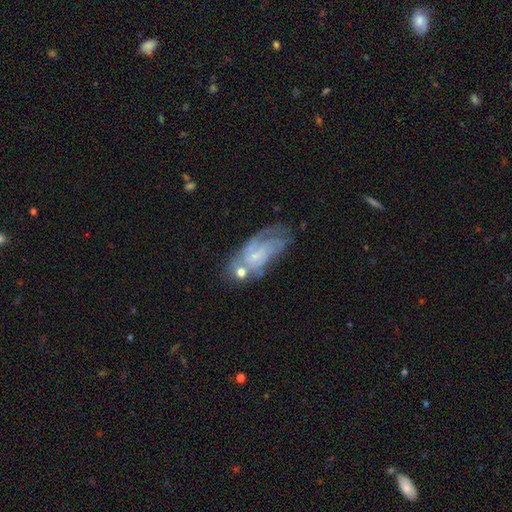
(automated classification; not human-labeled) featured or disk 67%, smooth 24%, star or artifact 9%. Down the decision tree: edge-on disk — no (92%); bar — no (57%); spiral arms — yes (81%); bulge size — small (52%); merging — none (48%).